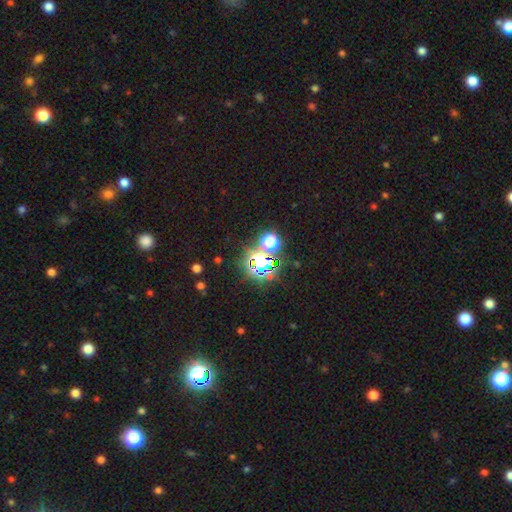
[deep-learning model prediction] Smooth or featured? star or artifact (68%)